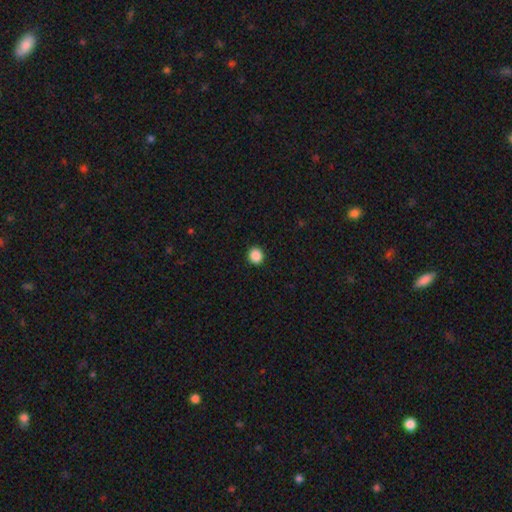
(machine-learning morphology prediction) A smooth galaxy with no disk features (88%) that is round (85%).

Vote fractions:
- Smooth or featured? smooth: 88% / star or artifact: 10% / featured or disk: 3%
- How rounded? round: 85% / in between: 14% / cigar-shaped: 1%
- Merging? none: 92% / minor disturbance: 5% / major disturbance: 2% / merger: 1%